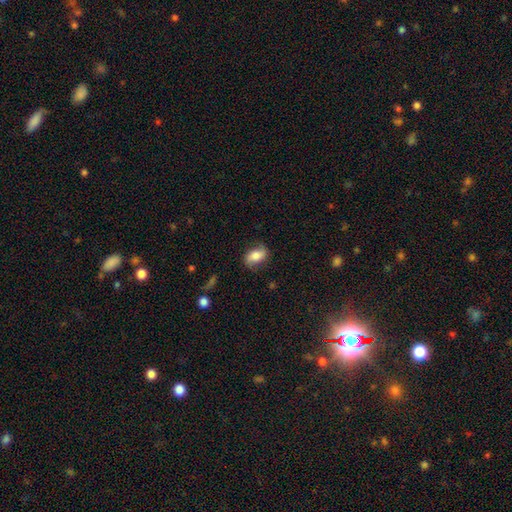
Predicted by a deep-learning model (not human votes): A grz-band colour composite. It shows a smooth galaxy with no disk features (60%) that is in between round and cigar-shaped (86%). Merging: none (73%).